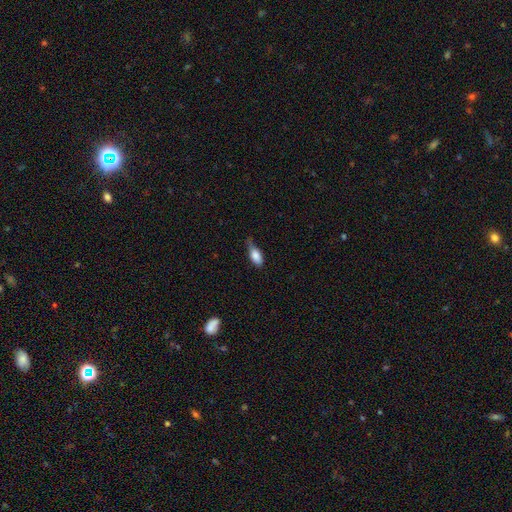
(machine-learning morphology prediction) smooth_or_featured: smooth (p=0.81) [alt: featured or disk p=0.11]
how_rounded: in between (p=0.85) [alt: cigar-shaped p=0.11]
merging: minor disturbance (p=0.45) [alt: none p=0.35]